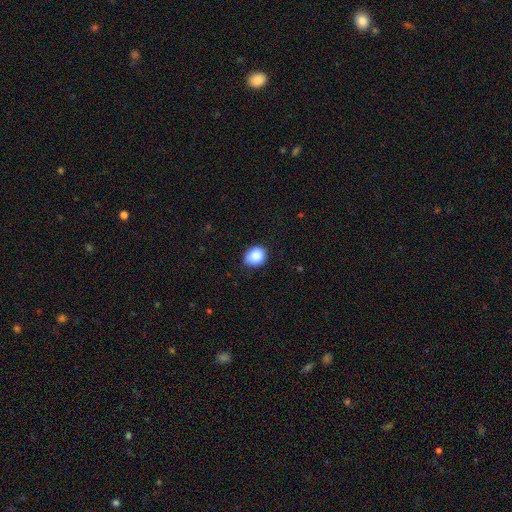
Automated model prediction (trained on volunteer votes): This appears to be a smooth galaxy with no disk features (87%) that is round (61%). Merging: none (79%).